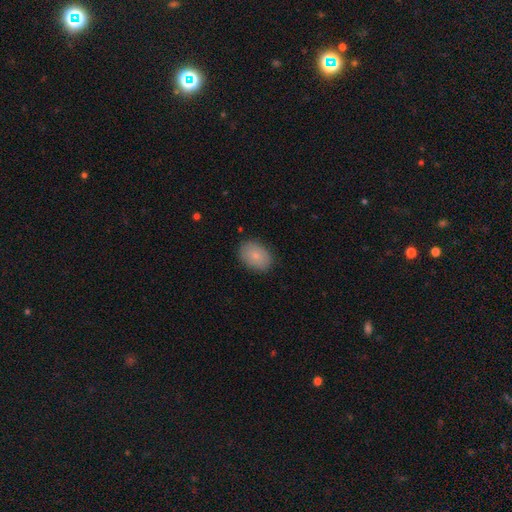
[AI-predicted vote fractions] smooth-or-featured: smooth: 82% | featured or disk: 11% | star or artifact: 7%
  how-rounded: in between: 79% | round: 20% | cigar-shaped: 1%
  merging: none: 85% | minor disturbance: 11% | major disturbance: 3% | merger: 1%